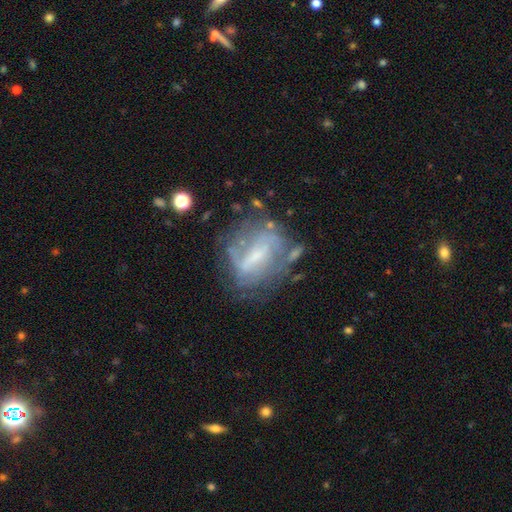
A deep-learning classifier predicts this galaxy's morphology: Smooth or featured? Predicted: featured or disk (p=0.71). Edge-on disk? Predicted: no (p=0.94). Bar? Predicted: weak (p=0.42). Spiral arms? Predicted: yes (p=0.64). Bulge size? Predicted: small (p=0.49). Merging? Predicted: none (p=0.52).